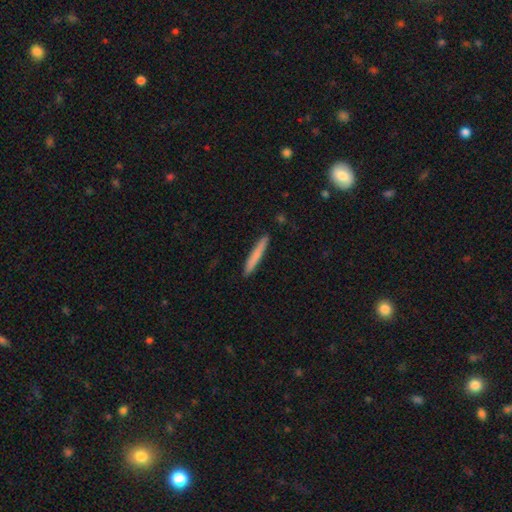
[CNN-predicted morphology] Overall: smooth (74%). How rounded: cigar-shaped (96%). Merging: none (91%).